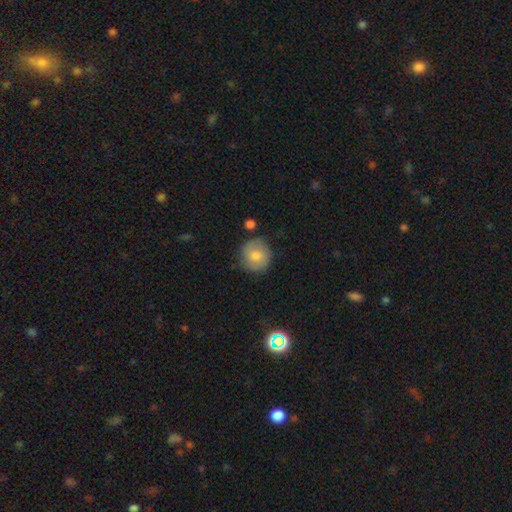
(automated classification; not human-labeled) Smooth or featured? Predicted: smooth (p=0.75). How rounded? Predicted: round (p=0.89). Merging? Predicted: none (p=0.80).